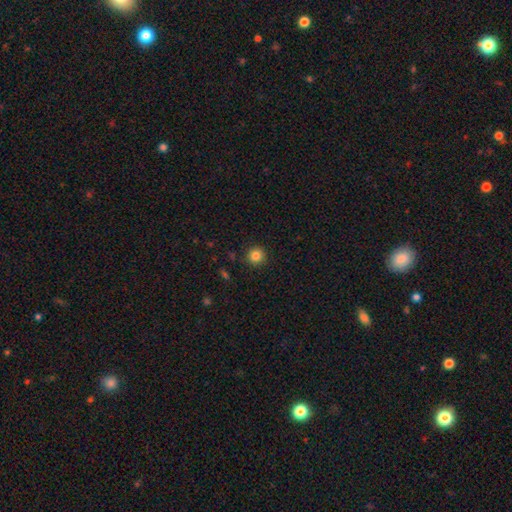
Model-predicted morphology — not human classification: Smooth or featured? smooth (84%)
How rounded? round (94%)
Merging? none (91%)